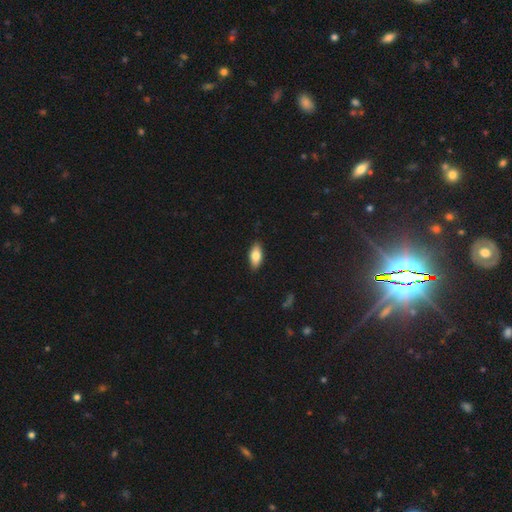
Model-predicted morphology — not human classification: smooth_or_featured: smooth (p=0.79) [alt: featured or disk p=0.15]
how_rounded: in between (p=0.87) [alt: cigar-shaped p=0.10]
merging: none (p=0.87) [alt: minor disturbance p=0.10]